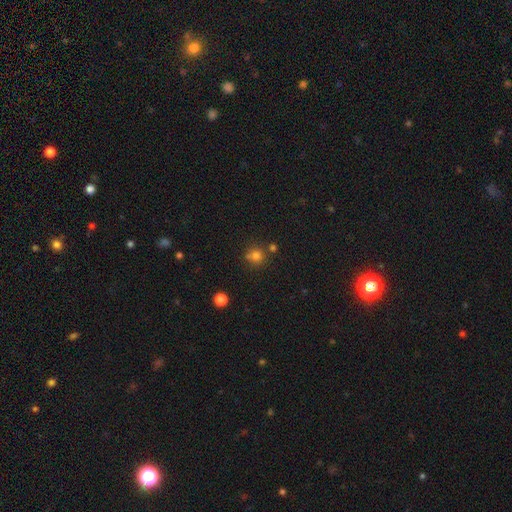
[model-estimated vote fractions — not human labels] smooth 77%, star or artifact 16%, featured or disk 7%. Down the decision tree: how rounded — round (90%); merging — none (70%).